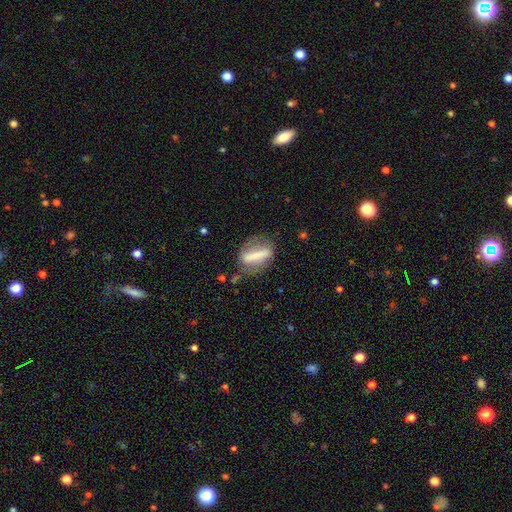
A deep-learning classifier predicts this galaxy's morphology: A featured or disk galaxy (53%).

Vote fractions:
- Smooth or featured? featured or disk: 53% / smooth: 40% / star or artifact: 7%
- Edge-on disk? no: 75% / yes: 25%
- Merging? none: 61% / minor disturbance: 21% / major disturbance: 15% / merger: 3%